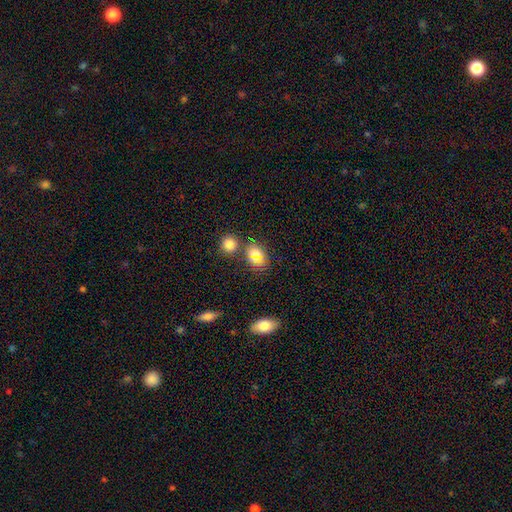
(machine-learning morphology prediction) Q: Smooth or featured?
A: smooth (64%); runner-up: star or artifact (27%)
Q: How rounded?
A: in between (52%); runner-up: round (46%)
Q: Merging?
A: none (72%); runner-up: merger (12%)